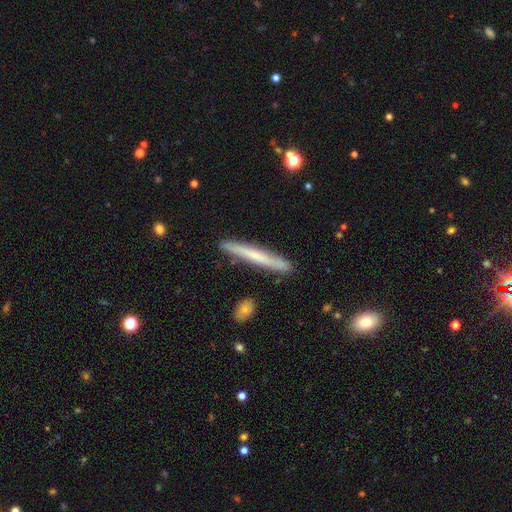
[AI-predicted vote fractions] smooth 49%, featured or disk 45%, star or artifact 6%. Down the decision tree: merging — none (88%).